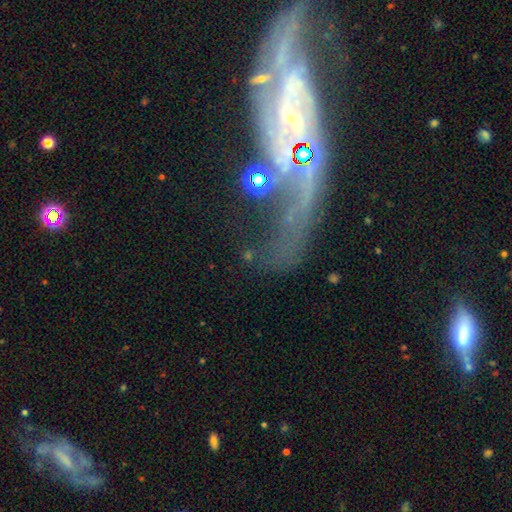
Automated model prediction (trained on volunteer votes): The model was most divided on "merging": none: 38%, major disturbance: 31%, minor disturbance: 17%, merger: 14%. Remaining: edge-on disk — no (88%); spiral arms — yes (76%); smooth or featured — featured or disk (64%); bulge size — small (59%); bar — no (45%).